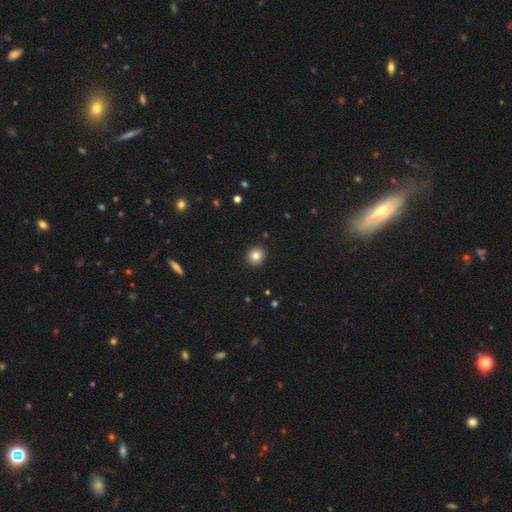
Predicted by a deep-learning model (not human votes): Morphology: type=smooth (83%); roundness=round (89%); merging=none (92%).